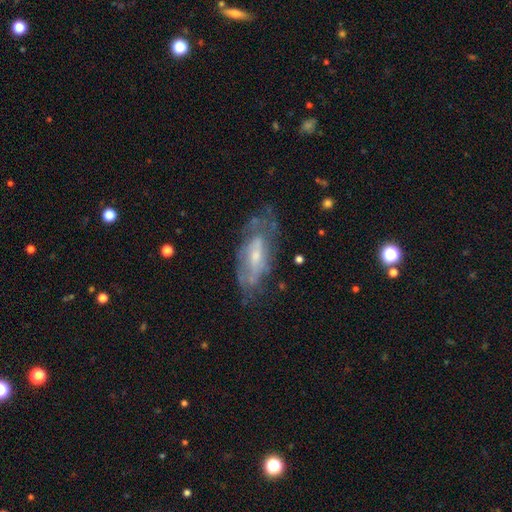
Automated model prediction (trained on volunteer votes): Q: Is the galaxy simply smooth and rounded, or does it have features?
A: featured or disk — 66%.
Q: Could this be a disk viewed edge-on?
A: no — 83%.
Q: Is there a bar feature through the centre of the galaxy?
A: no — 54%.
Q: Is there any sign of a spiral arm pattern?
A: yes — 53%.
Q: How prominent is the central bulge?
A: small — 53%.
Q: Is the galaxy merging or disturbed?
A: none — 55%.